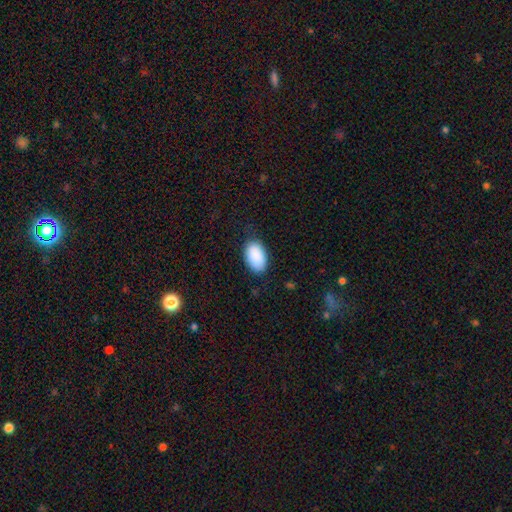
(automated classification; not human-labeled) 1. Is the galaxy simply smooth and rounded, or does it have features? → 91% smooth, 6% star or artifact, 3% featured or disk.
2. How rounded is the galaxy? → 94% in between, 5% round, 1% cigar-shaped.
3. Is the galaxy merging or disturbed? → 80% none, 15% minor disturbance, 3% major disturbance, 1% merger.